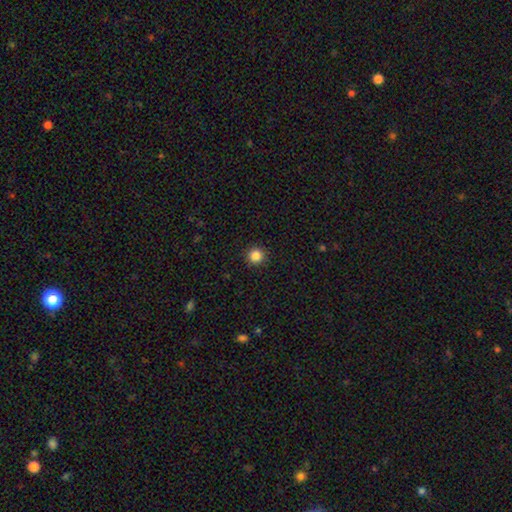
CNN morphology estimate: Smooth or featured: smooth — 86% (star or artifact — 11%)
How rounded: round — 96% (in between — 3%)
Merging: none — 93% (minor disturbance — 5%)